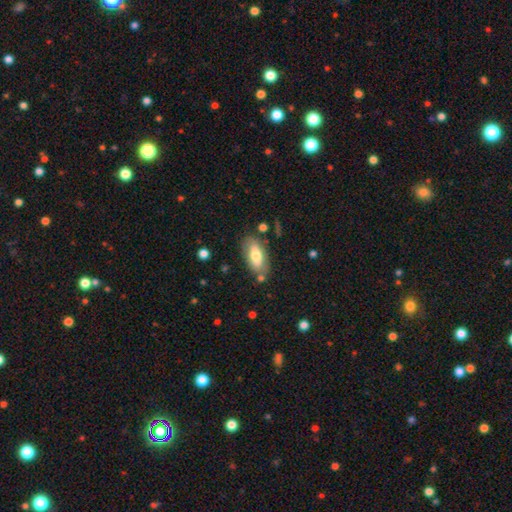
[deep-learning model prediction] This appears to be a smooth galaxy with no disk features (65%) that is in between round and cigar-shaped (87%). Merging: none (73%).